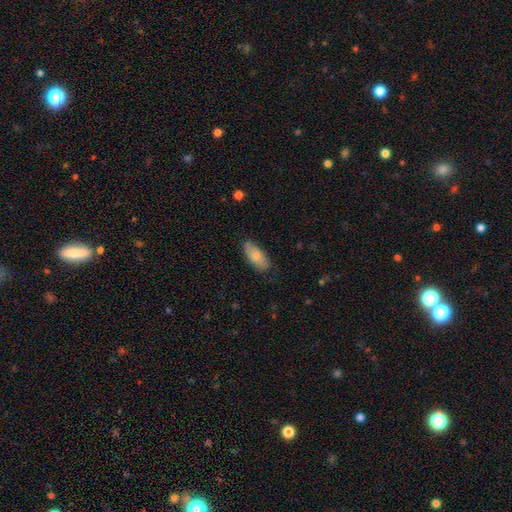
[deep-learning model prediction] Smooth or featured: smooth — 75% (featured or disk — 19%)
How rounded: in between — 87% (cigar-shaped — 11%)
Merging: none — 73% (minor disturbance — 22%)